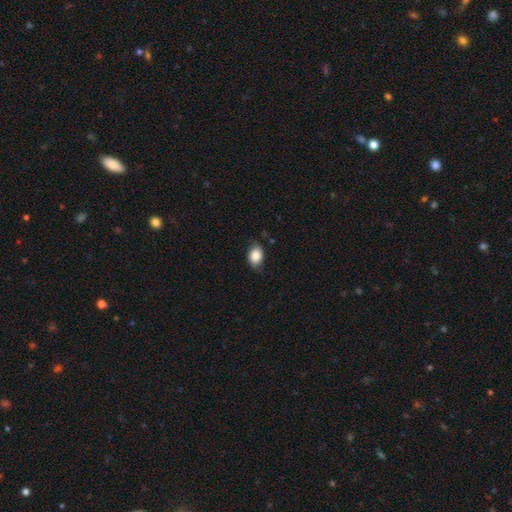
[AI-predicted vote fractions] A smooth galaxy with no disk features (82%) that is in between round and cigar-shaped (77%). Merging: none (72%).